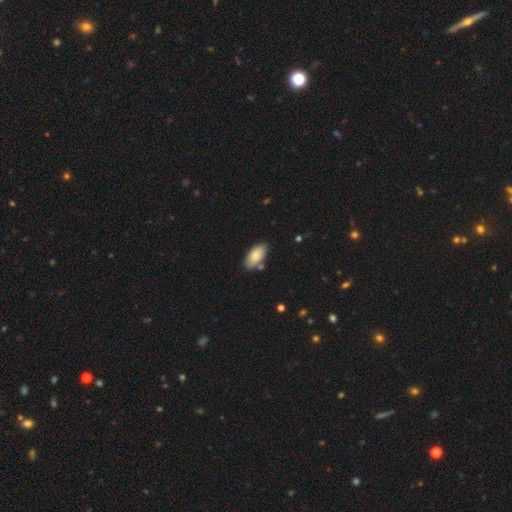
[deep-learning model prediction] A smooth galaxy with no disk features (82%) that is in between round and cigar-shaped (94%). Merging: none (74%).